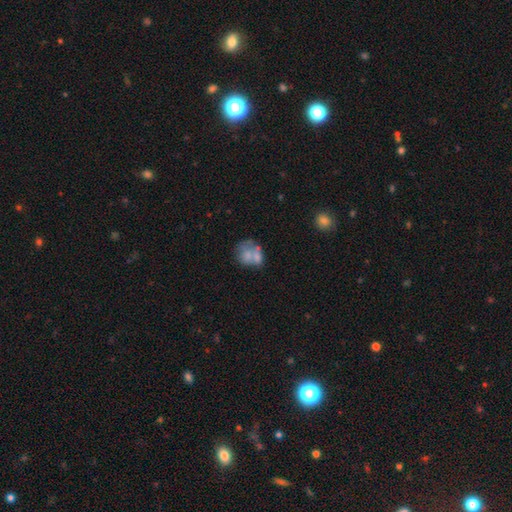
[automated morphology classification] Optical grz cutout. It shows a smooth galaxy with no disk features (51%) that is round (59%). Merging: merger (40%).